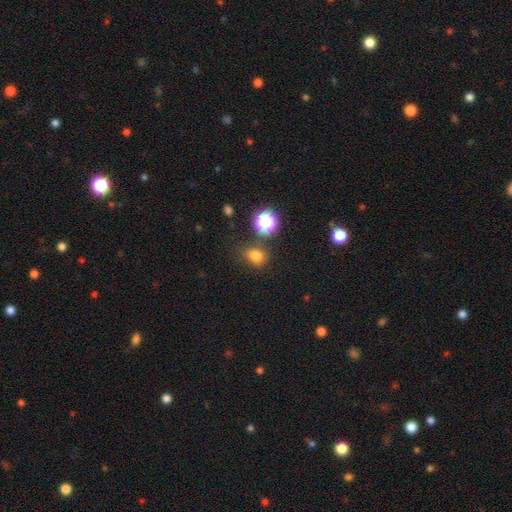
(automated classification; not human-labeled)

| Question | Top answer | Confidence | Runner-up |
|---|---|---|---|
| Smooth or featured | smooth | 75% | star or artifact (18%) |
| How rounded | round | 57% | in between (42%) |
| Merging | none | 75% | minor disturbance (14%) |